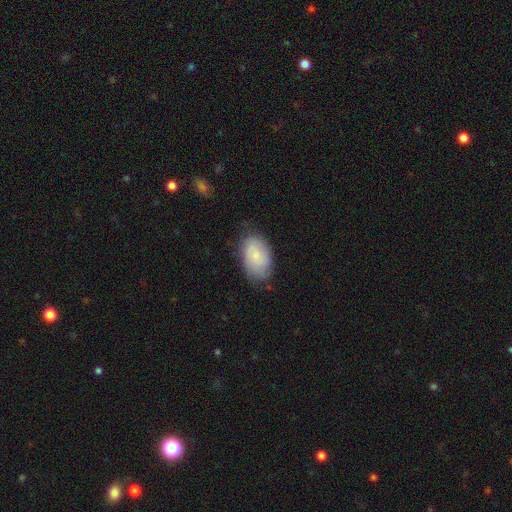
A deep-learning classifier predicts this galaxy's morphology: smooth 74%, featured or disk 20%, star or artifact 6%. Down the decision tree: how rounded — in between (92%); merging — none (73%).